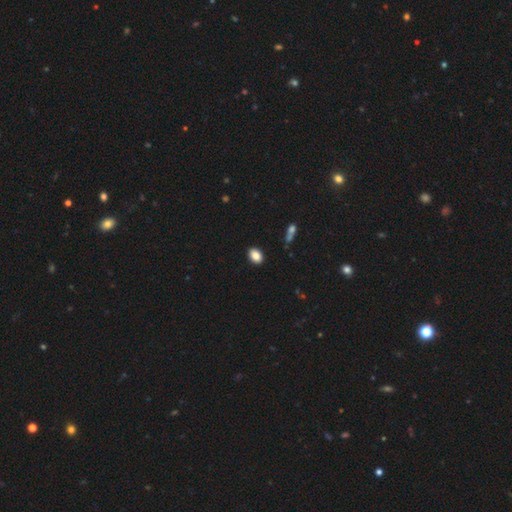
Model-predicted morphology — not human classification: A smooth galaxy with no disk features (87%) that is in between round and cigar-shaped (81%). Merging: none (89%).